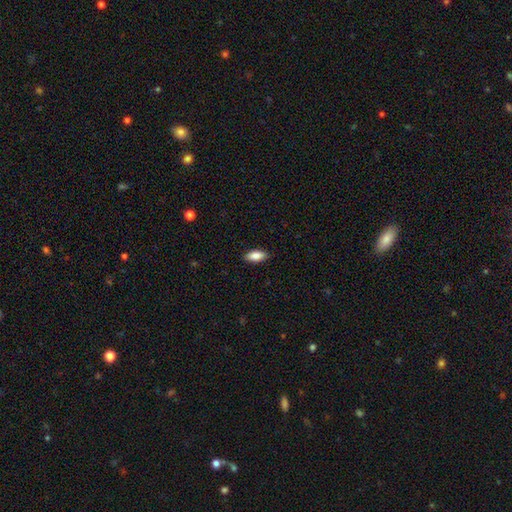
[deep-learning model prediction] Q: Smooth or featured?
A: smooth (86%); runner-up: featured or disk (8%)
Q: How rounded?
A: in between (85%); runner-up: cigar-shaped (13%)
Q: Merging?
A: none (88%); runner-up: minor disturbance (9%)